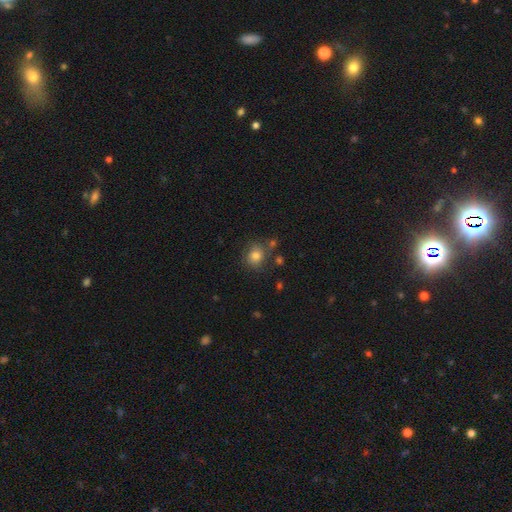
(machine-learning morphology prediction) smooth 77%, featured or disk 12%, star or artifact 11%. Down the decision tree: how rounded — round (74%); merging — none (66%).